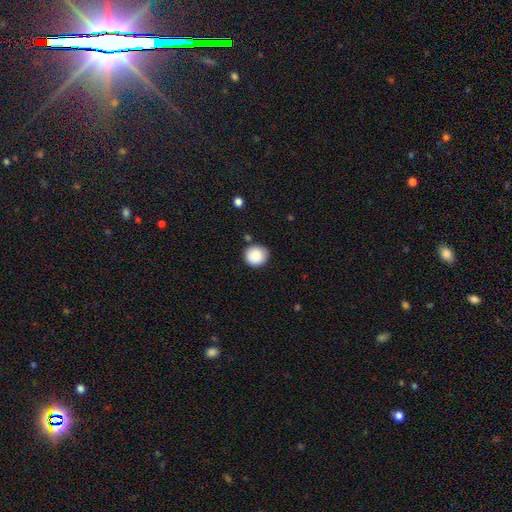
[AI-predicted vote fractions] smooth 87%, star or artifact 8%, featured or disk 5%. Down the decision tree: how rounded — round (90%); merging — none (83%).